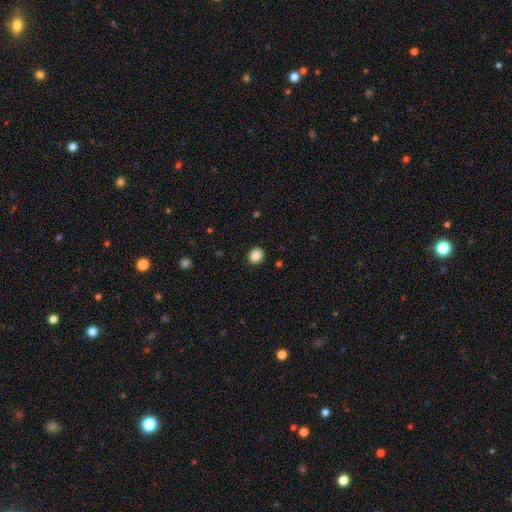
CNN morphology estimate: A smooth galaxy with no disk features (87%) that is round (73%). Merging: none (90%).